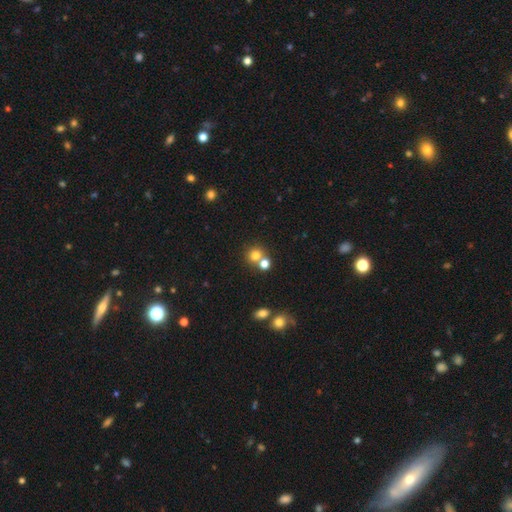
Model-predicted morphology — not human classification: Smooth or featured? smooth (76%)
How rounded? round (86%)
Merging? none (56%)